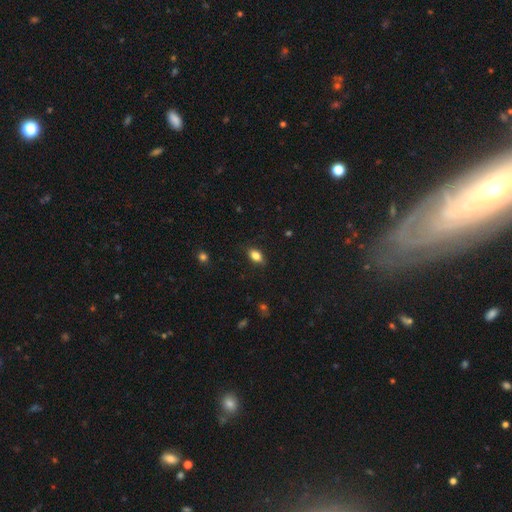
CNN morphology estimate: This is clearly a smooth galaxy (82%). How rounded: clearly in between (84%). Merging: clearly none (81%).